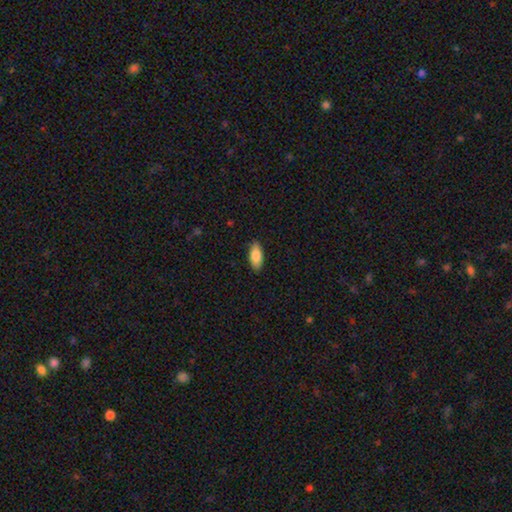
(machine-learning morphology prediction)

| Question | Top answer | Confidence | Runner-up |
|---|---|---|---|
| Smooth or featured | smooth | 85% | featured or disk (9%) |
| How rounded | in between | 87% | cigar-shaped (11%) |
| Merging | none | 88% | minor disturbance (9%) |